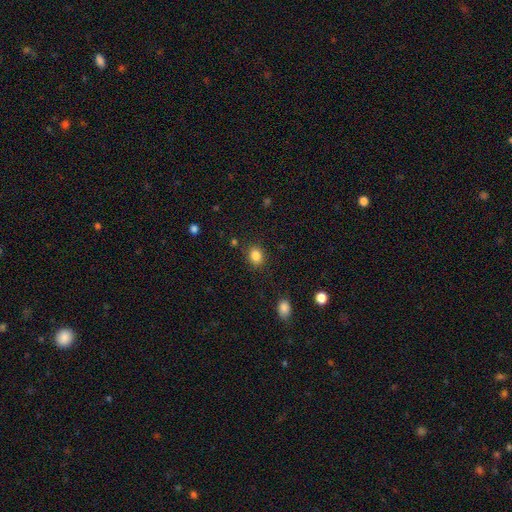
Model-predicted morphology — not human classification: The model was most divided on "how rounded": round: 58%, in between: 42%, cigar-shaped: 1%. More confident: smooth or featured — smooth (85%); merging — none (84%).